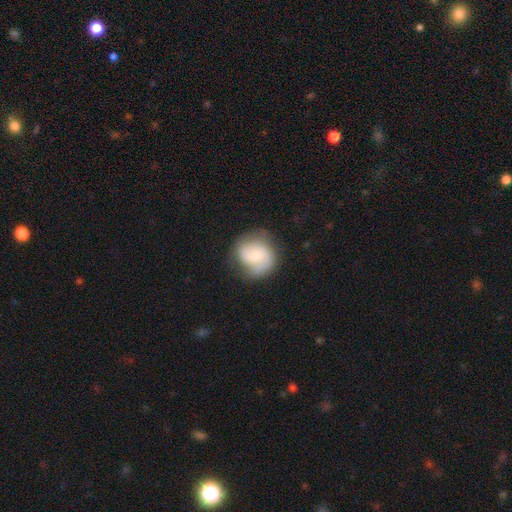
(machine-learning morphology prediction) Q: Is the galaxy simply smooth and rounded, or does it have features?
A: featured or disk — 54%.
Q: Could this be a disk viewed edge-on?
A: no — 98%.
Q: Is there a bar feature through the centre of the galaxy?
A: no — 60%.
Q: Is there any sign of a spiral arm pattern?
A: yes — 86%.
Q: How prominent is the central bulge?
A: small — 47%.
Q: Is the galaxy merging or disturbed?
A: none — 67%.